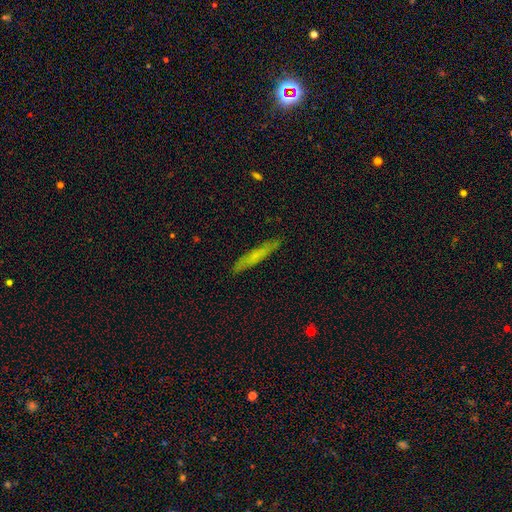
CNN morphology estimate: smooth-or-featured: smooth: 59% | featured or disk: 34% | star or artifact: 7%
  how-rounded: cigar-shaped: 94% | in between: 5% | round: 2%
  merging: none: 88% | minor disturbance: 9% | major disturbance: 2% | merger: 1%